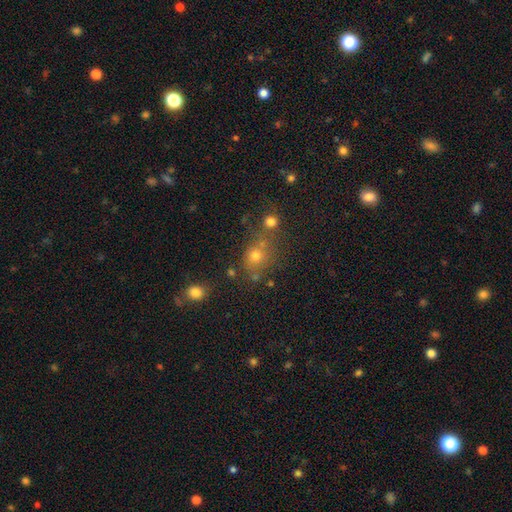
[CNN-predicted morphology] This is likely a smooth galaxy (65%). How rounded: likely round (71%). Merging: possibly none (57%).